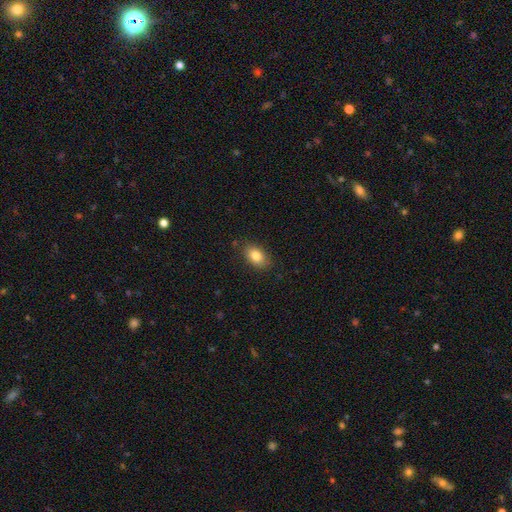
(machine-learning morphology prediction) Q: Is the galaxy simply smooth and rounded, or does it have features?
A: smooth — 83%.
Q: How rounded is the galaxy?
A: in between — 87%.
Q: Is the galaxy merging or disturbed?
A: none — 85%.